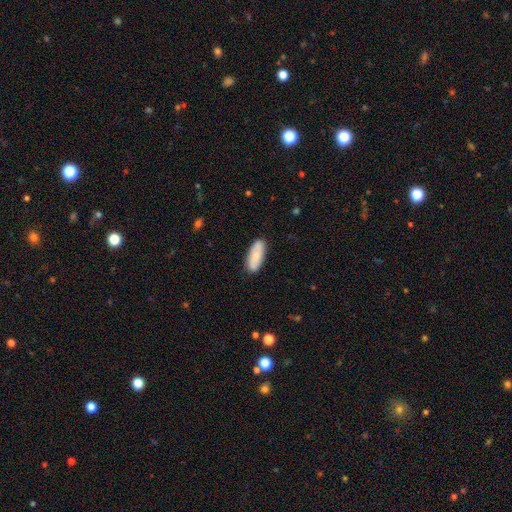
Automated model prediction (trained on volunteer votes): Smooth or featured? Predicted: smooth (p=0.68). How rounded? Predicted: in between (p=0.76). Merging? Predicted: none (p=0.84).